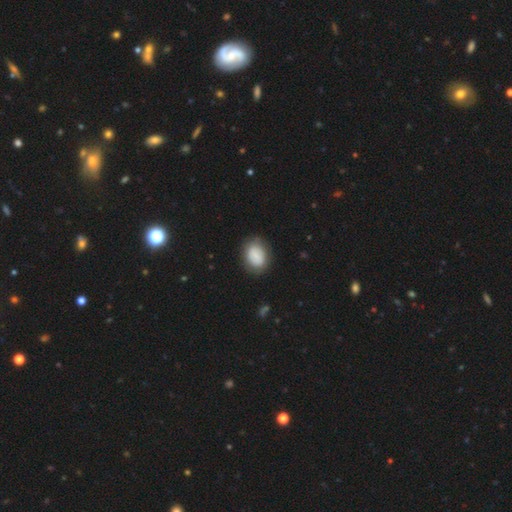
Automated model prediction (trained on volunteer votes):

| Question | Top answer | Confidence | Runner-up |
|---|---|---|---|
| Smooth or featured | smooth | 78% | featured or disk (15%) |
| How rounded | in between | 64% | round (35%) |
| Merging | none | 78% | minor disturbance (15%) |